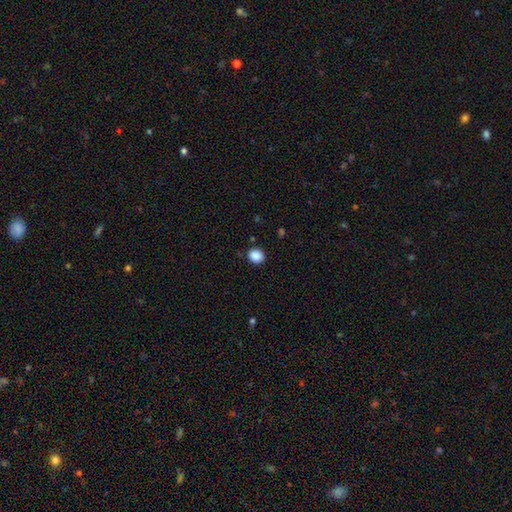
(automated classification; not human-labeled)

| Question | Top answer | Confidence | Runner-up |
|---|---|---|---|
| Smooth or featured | smooth | 89% | star or artifact (9%) |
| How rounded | round | 71% | in between (29%) |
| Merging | none | 89% | minor disturbance (7%) |